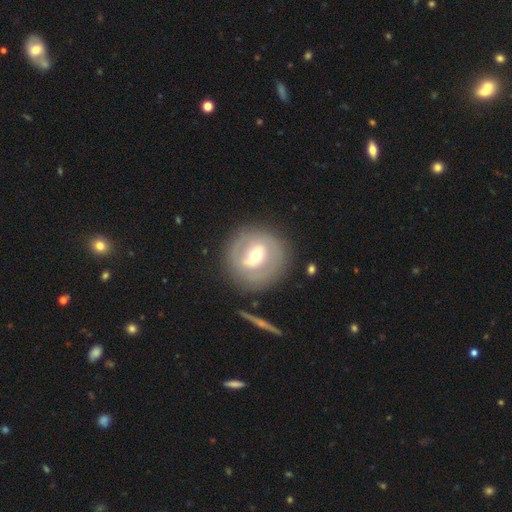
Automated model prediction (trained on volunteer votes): Smooth or featured? Predicted: featured or disk (p=0.65). Edge-on disk? Predicted: no (p=0.95). Bar? Predicted: weak (p=0.45). Spiral arms? Predicted: yes (p=0.54). Bulge size? Predicted: moderate (p=0.68). Merging? Predicted: none (p=0.81).